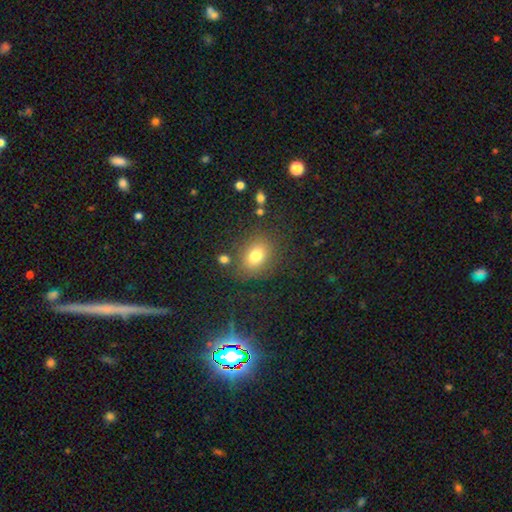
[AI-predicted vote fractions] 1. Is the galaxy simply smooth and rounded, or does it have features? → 77% smooth, 13% star or artifact, 10% featured or disk.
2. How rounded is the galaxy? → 55% in between, 43% round, 1% cigar-shaped.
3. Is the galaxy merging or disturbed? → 79% none, 12% minor disturbance, 5% major disturbance, 4% merger.